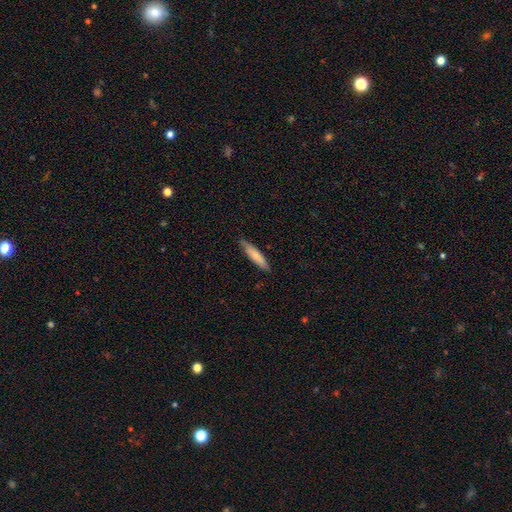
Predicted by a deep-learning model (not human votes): This is likely a smooth galaxy (73%). How rounded: clearly cigar-shaped (82%). Merging: clearly none (82%).